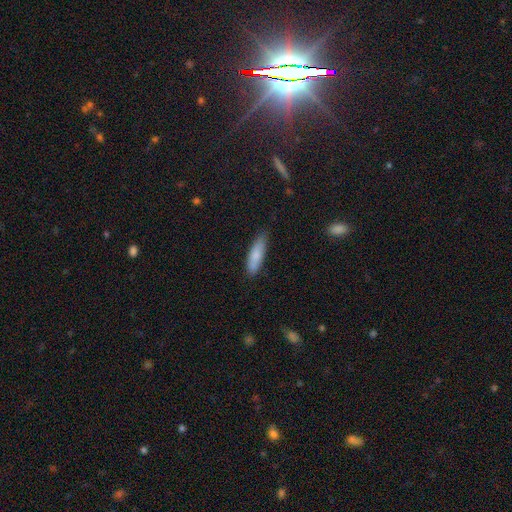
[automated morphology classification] This is clearly a smooth galaxy (82%). How rounded: likely cigar-shaped (65%). Merging: likely none (78%).